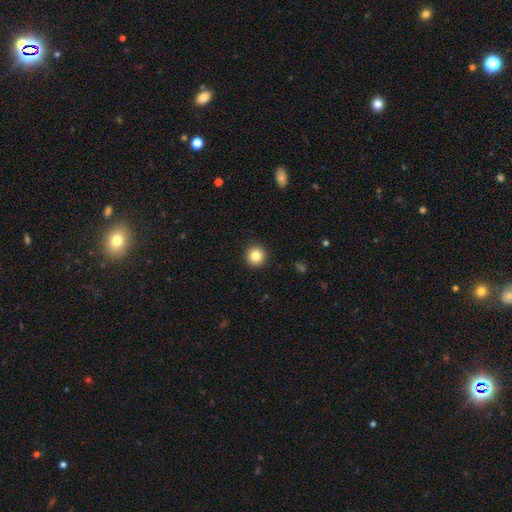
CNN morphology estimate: Smooth or featured? Predicted: smooth (p=0.83). How rounded? Predicted: round (p=0.96). Merging? Predicted: none (p=0.93).